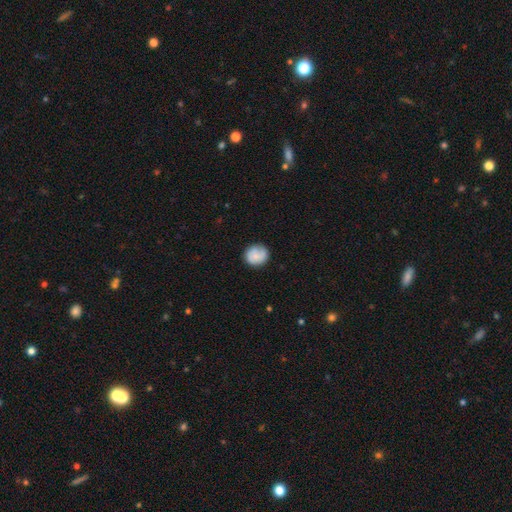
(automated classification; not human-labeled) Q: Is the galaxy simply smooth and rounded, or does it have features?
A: smooth — 68%.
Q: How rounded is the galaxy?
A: round — 80%.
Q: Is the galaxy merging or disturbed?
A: none — 78%.